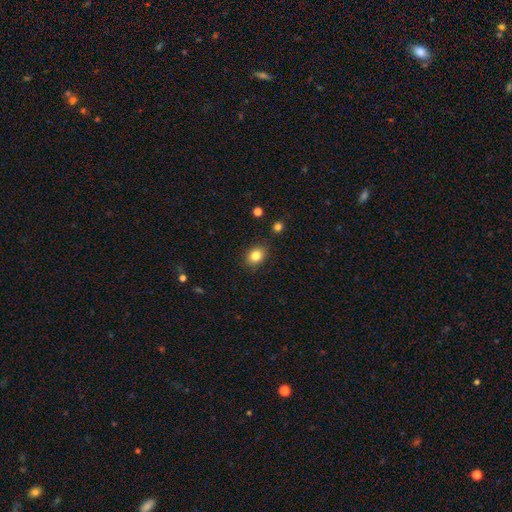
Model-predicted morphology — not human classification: type=smooth (83%); roundness=round (52%); merging=none (87%).